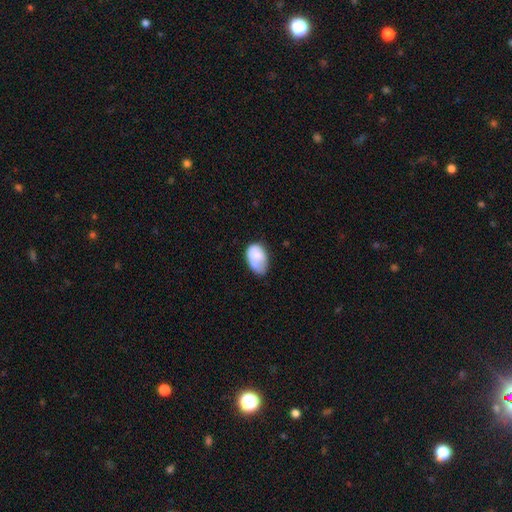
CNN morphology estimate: smooth_or_featured: smooth (p=0.74) [alt: featured or disk p=0.19]
how_rounded: in between (p=0.90) [alt: round p=0.09]
merging: none (p=0.43) [alt: minor disturbance p=0.37]